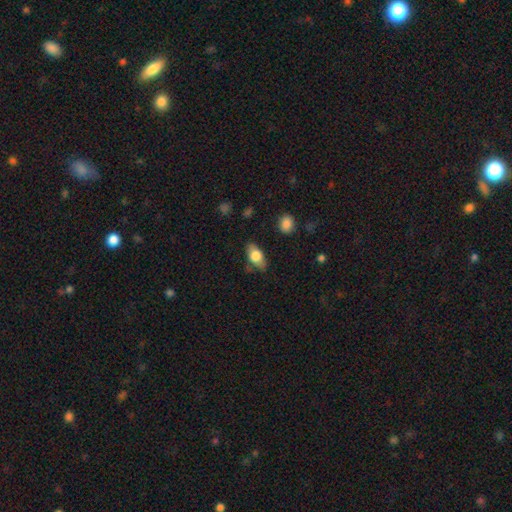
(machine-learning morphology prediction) Q: Smooth or featured?
A: smooth (70%); runner-up: featured or disk (23%)
Q: How rounded?
A: in between (86%); runner-up: cigar-shaped (8%)
Q: Merging?
A: none (77%); runner-up: minor disturbance (17%)